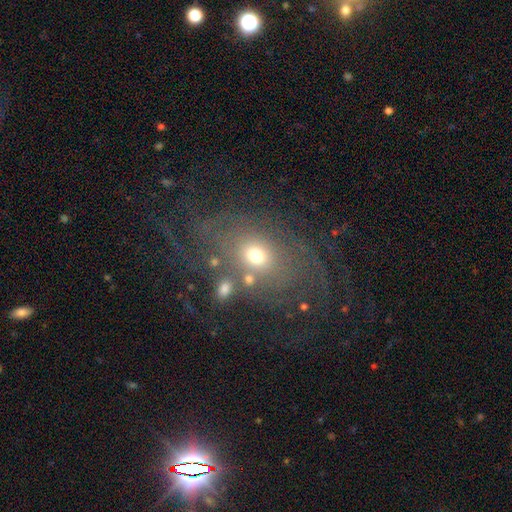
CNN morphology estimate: Smooth or featured: smooth — 50% (featured or disk — 32%)
How rounded: in between — 59% (round — 39%)
Merging: none — 60% (minor disturbance — 16%)